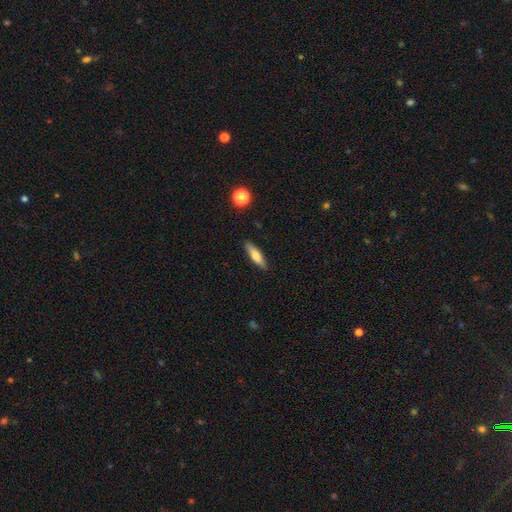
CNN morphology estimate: Smooth or featured? smooth (64%)
How rounded? cigar-shaped (70%)
Merging? none (87%)